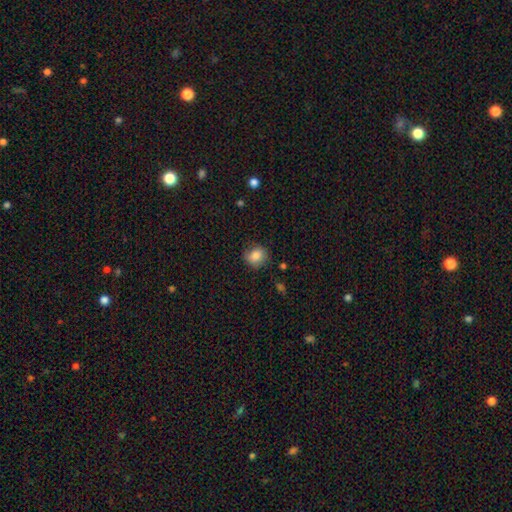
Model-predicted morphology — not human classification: smooth 82%, star or artifact 9%, featured or disk 9%. Down the decision tree: how rounded — round (75%); merging — none (81%).